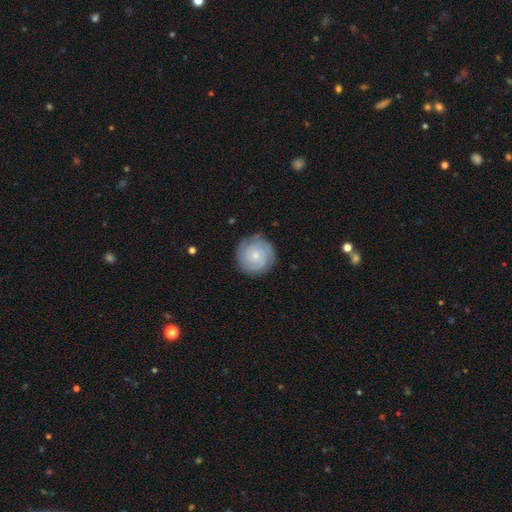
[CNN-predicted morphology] A featured or disk galaxy (69%) with no bar (80%), tight (79%) spiral arms (92%) and a small central bulge (69%). Merging: none (83%).